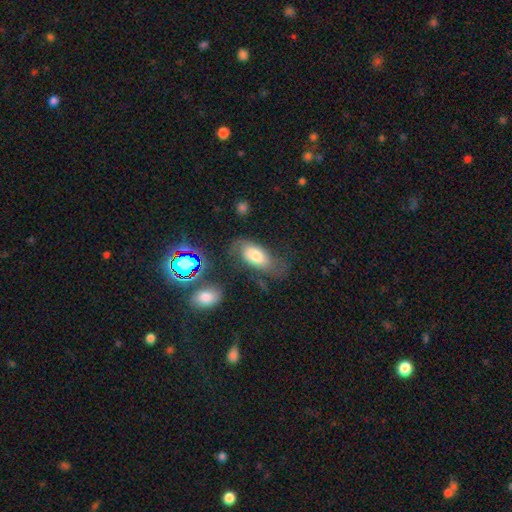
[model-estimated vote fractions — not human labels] This appears to be a smooth galaxy with no disk features (58%) that is in between round and cigar-shaped (90%). Merging: none (50%).